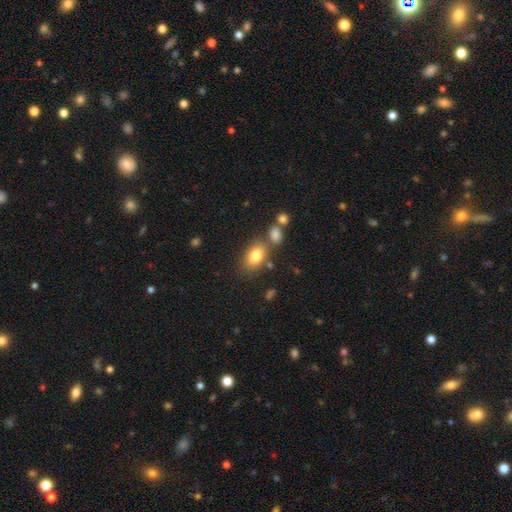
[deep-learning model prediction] Smooth or featured? Predicted: smooth (p=0.81). How rounded? Predicted: in between (p=0.81). Merging? Predicted: none (p=0.67).